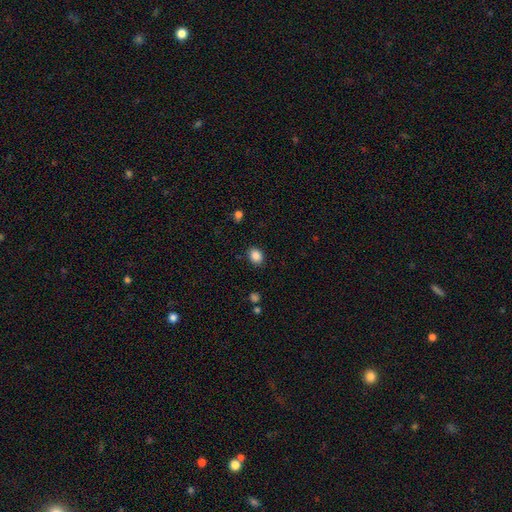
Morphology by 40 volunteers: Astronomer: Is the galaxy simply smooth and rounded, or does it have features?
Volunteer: smooth — 92%.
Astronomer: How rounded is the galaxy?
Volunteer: round — 51% (runner-up: in between, 49%).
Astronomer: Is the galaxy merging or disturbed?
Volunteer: none — 82%.